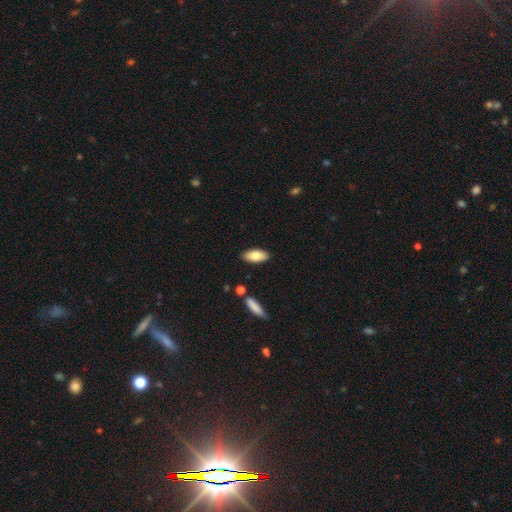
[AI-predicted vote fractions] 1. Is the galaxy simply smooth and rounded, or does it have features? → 80% smooth, 14% featured or disk, 6% star or artifact.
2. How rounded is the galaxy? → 86% in between, 12% cigar-shaped, 2% round.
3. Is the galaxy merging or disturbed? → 86% none, 9% minor disturbance, 2% merger, 2% major disturbance.